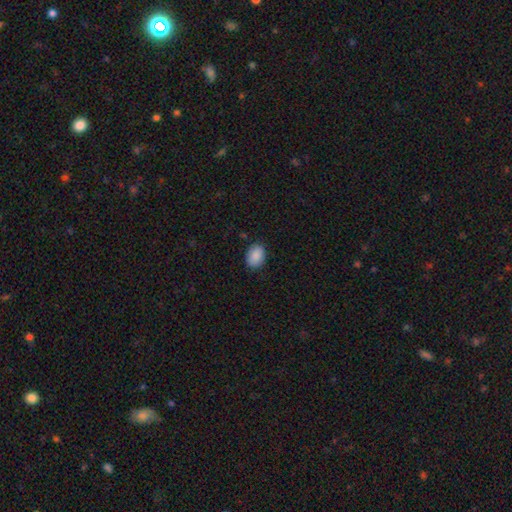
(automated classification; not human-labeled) smooth-or-featured: smooth: 89% | star or artifact: 7% | featured or disk: 4%
  how-rounded: in between: 69% | round: 30% | cigar-shaped: 1%
  merging: none: 85% | minor disturbance: 12% | major disturbance: 2% | merger: 1%